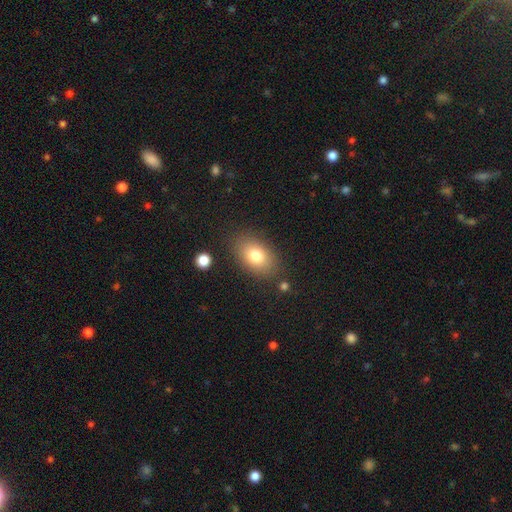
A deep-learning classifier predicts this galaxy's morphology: The model was most divided on "smooth or featured": smooth: 78%, featured or disk: 13%, star or artifact: 9%. More confident: how rounded — in between (85%); merging — none (82%).